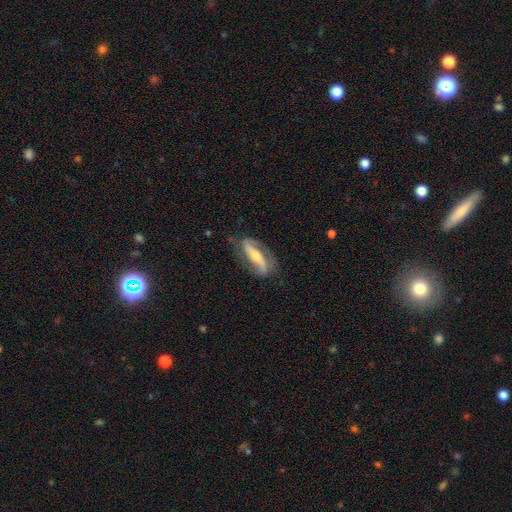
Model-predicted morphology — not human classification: smooth-or-featured: featured or disk: 83% | smooth: 12% | star or artifact: 5%
  disk-edge-on: no: 87% | yes: 13%
    bar: strong: 57% | weak: 22% | no: 20%
    has-spiral-arms: yes: 93% | no: 7%
      spiral-winding: medium: 40% | loose: 38% | tight: 22%
      spiral-arm-count: 2: 89% | can't tell: 4% | 1: 4% | 3: 1% | 4: 1% | more than 4: 1%
    bulge-size: moderate: 49% | small: 43% | large: 4% | none: 2% | dominant: 1%
  merging: none: 74% | minor disturbance: 17% | major disturbance: 8% | merger: 1%